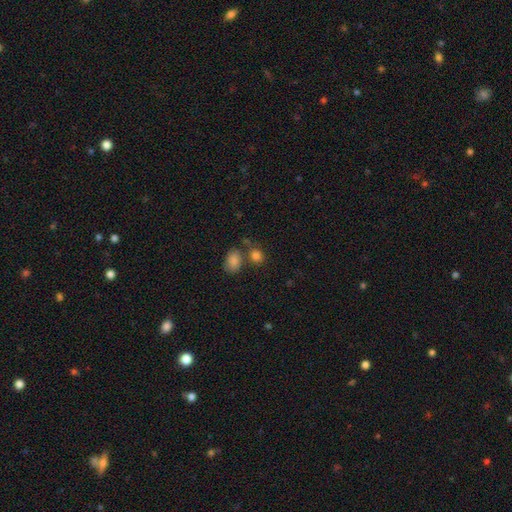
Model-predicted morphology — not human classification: A smooth galaxy with no disk features (83%) that is round (59%).

Vote fractions:
- Smooth or featured? smooth: 83% / star or artifact: 11% / featured or disk: 6%
- How rounded? round: 59% / in between: 40% / cigar-shaped: 1%
- Merging? none: 56% / merger: 28% / minor disturbance: 12% / major disturbance: 5%